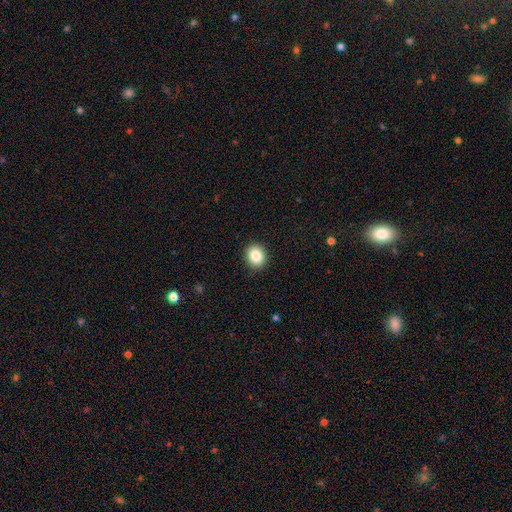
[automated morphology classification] Smooth or featured?
  - smooth: 86% *
  - star or artifact: 9%
  - featured or disk: 5%
How rounded?
  - round: 66% *
  - in between: 34%
  - cigar-shaped: 1%
Merging?
  - none: 91% *
  - minor disturbance: 6%
  - major disturbance: 2%
  - merger: 1%